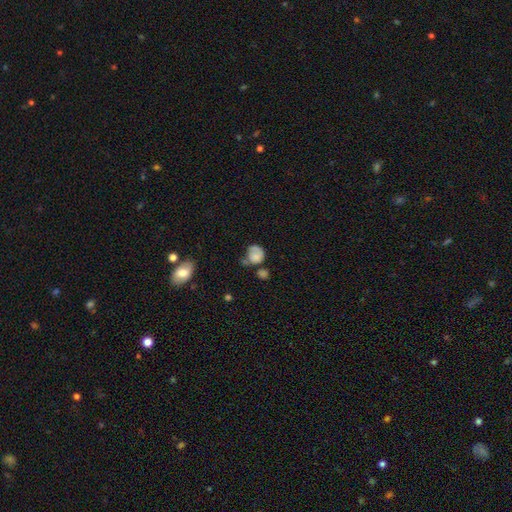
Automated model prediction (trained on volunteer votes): Smooth or featured? smooth (68%)
How rounded? round (67%)
Merging? none (33%)